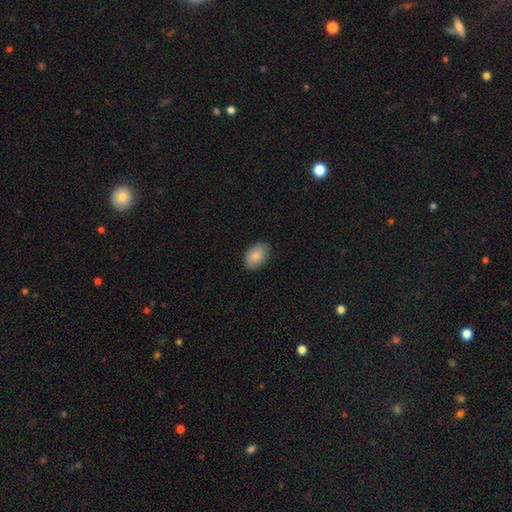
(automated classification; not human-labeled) A smooth galaxy with no disk features (84%) that is in between round and cigar-shaped (87%). Merging: none (86%).